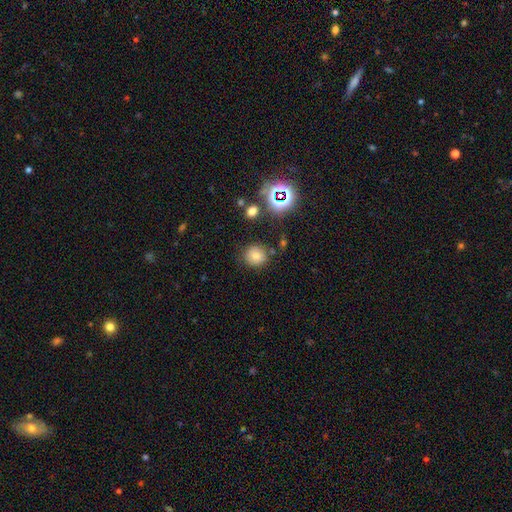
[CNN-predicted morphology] A smooth galaxy with no disk features (71%) that is round (88%).

Vote fractions:
- Smooth or featured? smooth: 71% / star or artifact: 18% / featured or disk: 11%
- How rounded? round: 88% / in between: 11% / cigar-shaped: 1%
- Merging? none: 81% / minor disturbance: 11% / merger: 5% / major disturbance: 4%